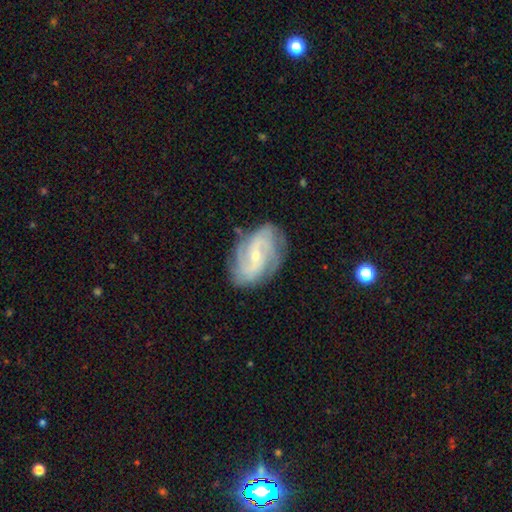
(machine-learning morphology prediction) Smooth or featured: featured or disk — 86% (smooth — 8%)
Edge-on disk: no — 97% (yes — 3%)
Bar: weak — 46% (no — 38%)
Spiral arms: yes — 96% (no — 4%)
Spiral winding: medium — 44% (tight — 40%)
Spiral arm count: 2 — 36% (3 — 23%)
Bulge size: small — 69% (moderate — 28%)
Merging: none — 76% (minor disturbance — 17%)